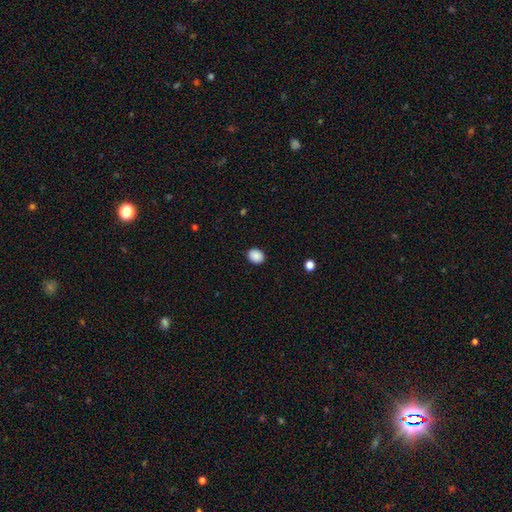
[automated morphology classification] A smooth galaxy with no disk features (89%) that is round (54%).

Vote fractions:
- Smooth or featured? smooth: 89% / star or artifact: 8% / featured or disk: 3%
- How rounded? round: 54% / in between: 46% / cigar-shaped: 1%
- Merging? none: 90% / minor disturbance: 7% / major disturbance: 2% / merger: 1%